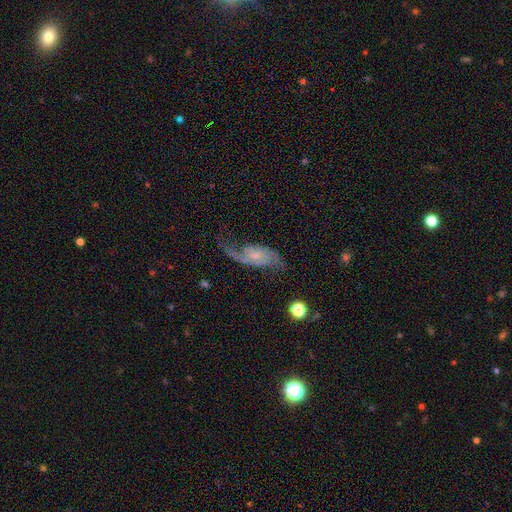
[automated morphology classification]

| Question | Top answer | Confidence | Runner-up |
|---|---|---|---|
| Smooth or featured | featured or disk | 83% | smooth (10%) |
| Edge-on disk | no | 95% | yes (5%) |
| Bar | no | 63% | weak (30%) |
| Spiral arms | yes | 95% | no (5%) |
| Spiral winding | loose | 58% | medium (32%) |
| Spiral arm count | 2 | 86% | 1 (6%) |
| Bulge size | small | 65% | moderate (26%) |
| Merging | none | 57% | minor disturbance (21%) |